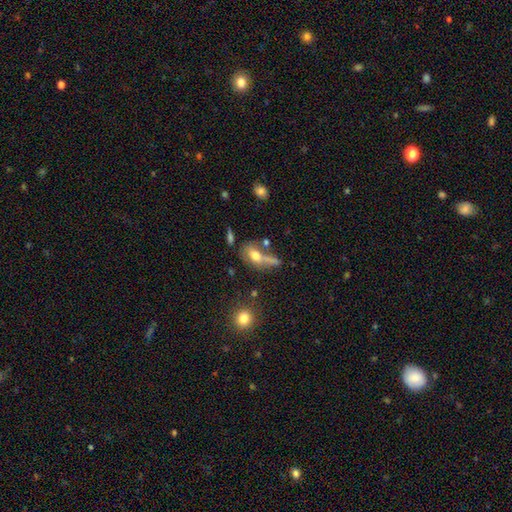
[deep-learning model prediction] The model was most divided on "merging": none: 33%, merger: 29%, major disturbance: 19%, minor disturbance: 18%. More confident: how rounded — in between (68%); smooth or featured — smooth (59%).